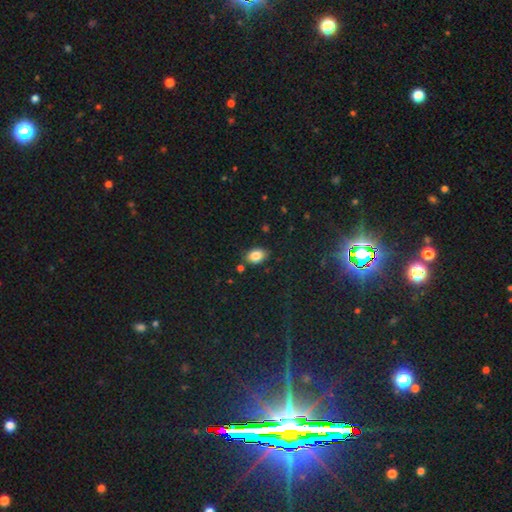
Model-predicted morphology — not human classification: A smooth galaxy with no disk features (83%) that is in between round and cigar-shaped (85%).

Vote fractions:
- Smooth or featured? smooth: 83% / star or artifact: 9% / featured or disk: 8%
- How rounded? in between: 85% / round: 14% / cigar-shaped: 1%
- Merging? none: 83% / minor disturbance: 11% / merger: 3% / major disturbance: 2%